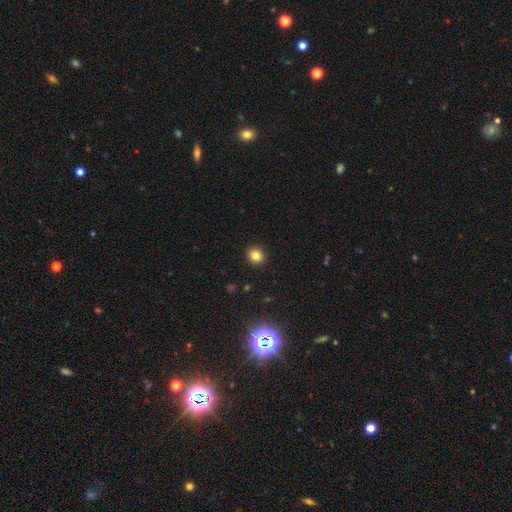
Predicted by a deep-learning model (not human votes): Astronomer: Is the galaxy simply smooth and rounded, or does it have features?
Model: smooth — 82%.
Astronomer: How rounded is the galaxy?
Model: round — 84%.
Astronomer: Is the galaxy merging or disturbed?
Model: none — 92%.